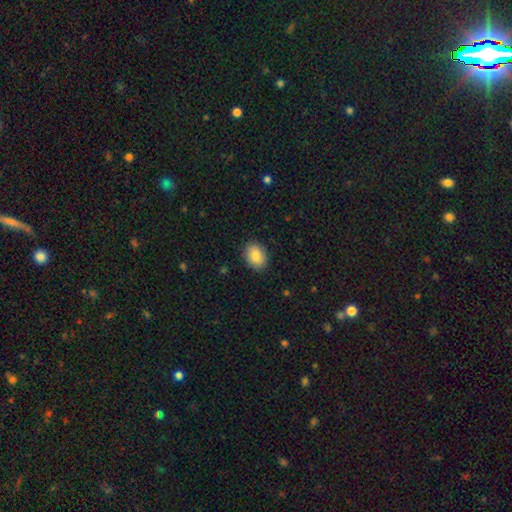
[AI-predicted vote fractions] smooth 86%, star or artifact 7%, featured or disk 7%. Down the decision tree: how rounded — in between (73%); merging — none (89%).